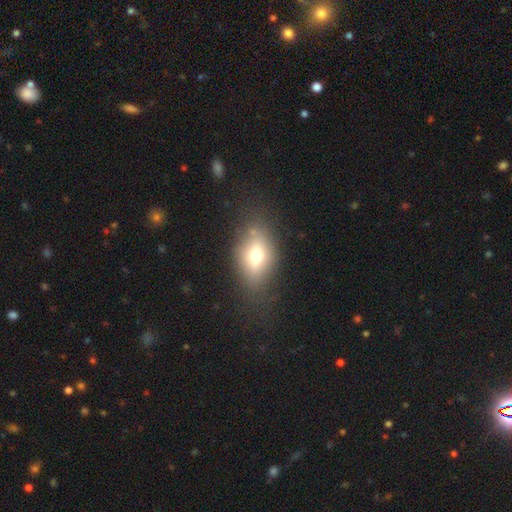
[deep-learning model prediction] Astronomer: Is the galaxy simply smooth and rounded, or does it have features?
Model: smooth — 64%.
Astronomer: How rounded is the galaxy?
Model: in between — 77%.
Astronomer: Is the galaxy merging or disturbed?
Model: none — 70%.